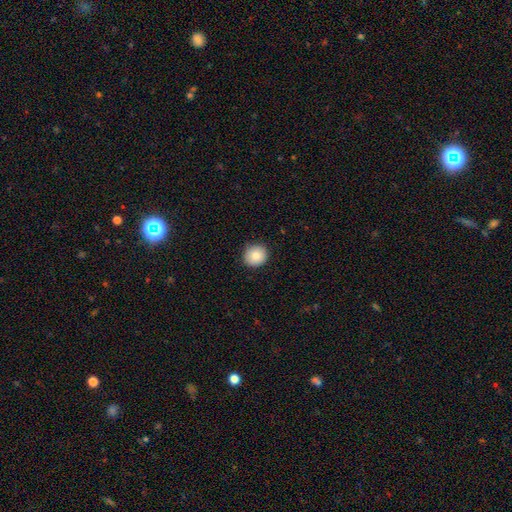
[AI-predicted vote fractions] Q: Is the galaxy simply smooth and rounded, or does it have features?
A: smooth — 85%.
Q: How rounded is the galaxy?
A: round — 85%.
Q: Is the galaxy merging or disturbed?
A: none — 88%.